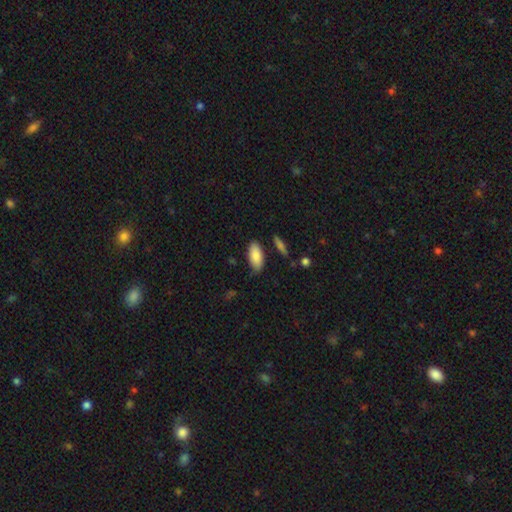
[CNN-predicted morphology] smooth-or-featured: smooth: 86% | featured or disk: 8% | star or artifact: 6%
  how-rounded: in between: 88% | cigar-shaped: 10% | round: 2%
  merging: none: 81% | minor disturbance: 13% | merger: 3% | major disturbance: 2%